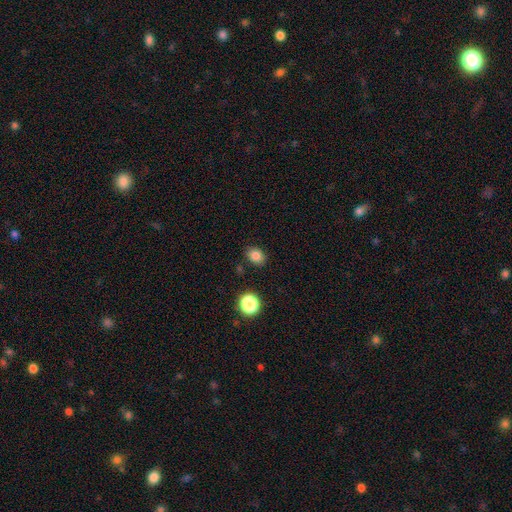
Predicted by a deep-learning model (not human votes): Overall: smooth (83%). How rounded: in between (62%; round 37%). Merging: none (83%).